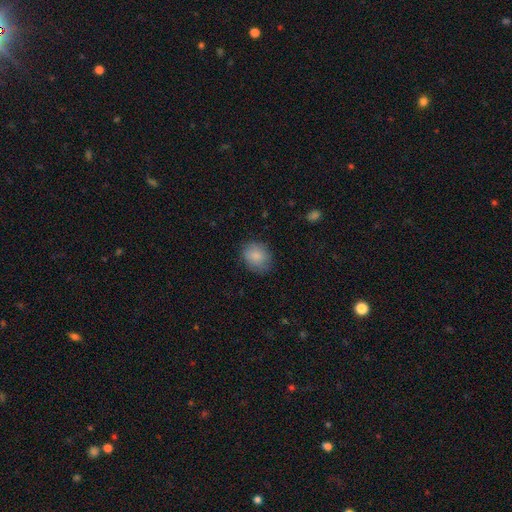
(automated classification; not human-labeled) Smooth or featured?
  - smooth: 86% *
  - featured or disk: 7%
  - star or artifact: 7%
How rounded?
  - round: 53% *
  - in between: 46%
  - cigar-shaped: 1%
Merging?
  - none: 79% *
  - minor disturbance: 16%
  - major disturbance: 4%
  - merger: 1%